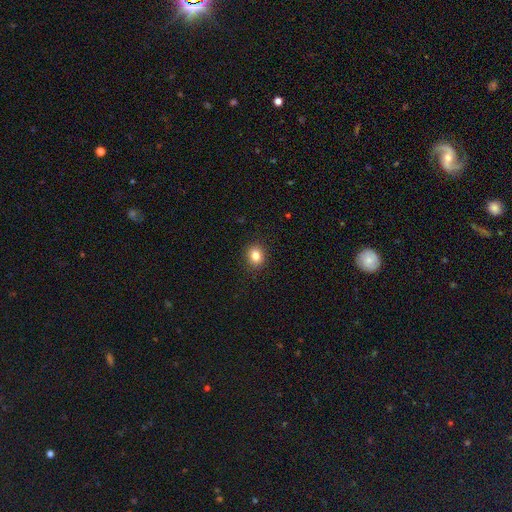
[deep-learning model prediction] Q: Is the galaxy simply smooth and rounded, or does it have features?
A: smooth — 83%.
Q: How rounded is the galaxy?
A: round — 69%.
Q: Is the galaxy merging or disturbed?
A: none — 90%.